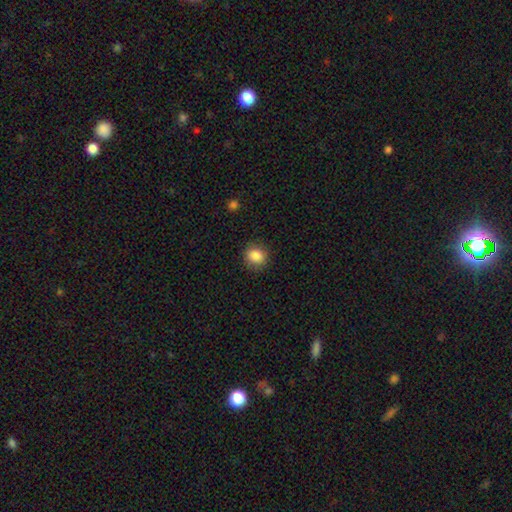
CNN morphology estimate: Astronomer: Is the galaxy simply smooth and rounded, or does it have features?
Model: smooth — 86%.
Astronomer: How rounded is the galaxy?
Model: round — 81%.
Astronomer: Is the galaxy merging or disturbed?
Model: none — 88%.